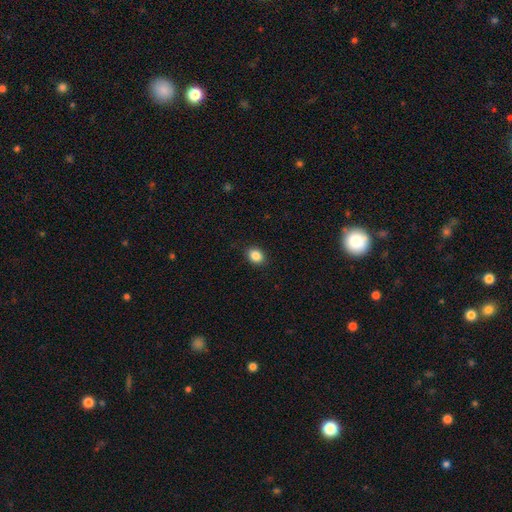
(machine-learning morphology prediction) Smooth or featured: smooth — 87% (star or artifact — 9%)
How rounded: in between — 58% (round — 41%)
Merging: none — 90% (minor disturbance — 7%)